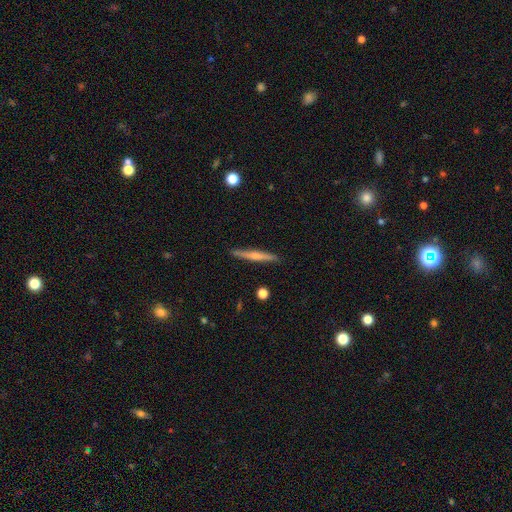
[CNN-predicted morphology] Smooth or featured? Predicted: featured or disk (p=0.50). Edge-on disk? Predicted: yes (p=0.97). Merging? Predicted: none (p=0.88).